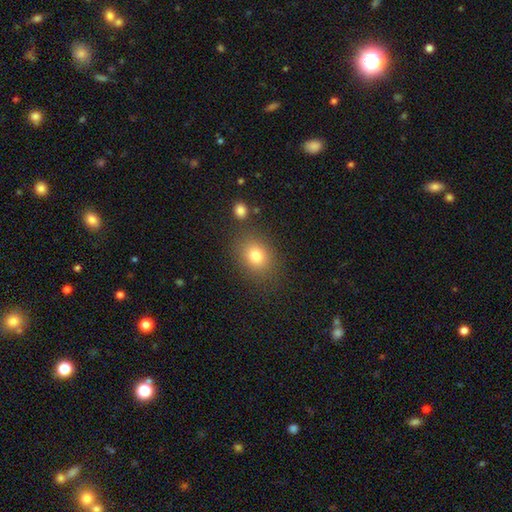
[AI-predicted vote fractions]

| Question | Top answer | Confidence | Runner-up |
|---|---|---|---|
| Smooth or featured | smooth | 79% | star or artifact (12%) |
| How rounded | round | 54% | in between (45%) |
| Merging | none | 80% | minor disturbance (11%) |